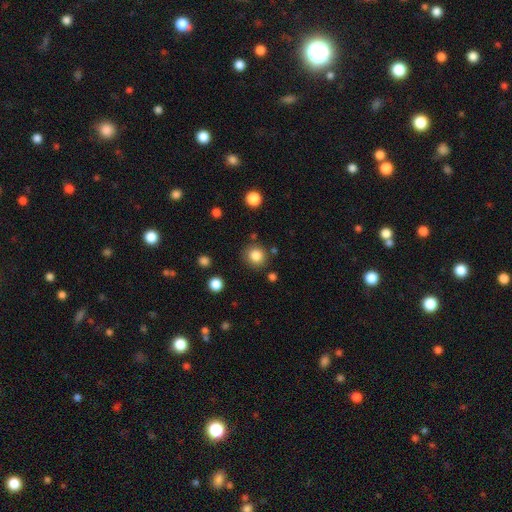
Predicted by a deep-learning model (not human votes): A smooth galaxy with no disk features (84%) that is round (89%).

Vote fractions:
- Smooth or featured? smooth: 84% / star or artifact: 11% / featured or disk: 5%
- How rounded? round: 89% / in between: 10% / cigar-shaped: 1%
- Merging? none: 85% / minor disturbance: 8% / merger: 4% / major disturbance: 3%